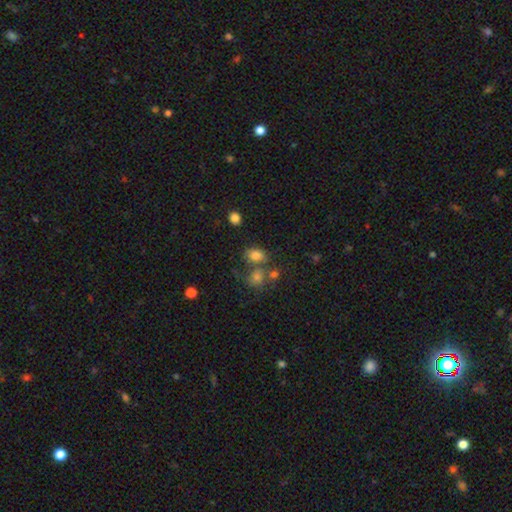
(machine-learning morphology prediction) A smooth galaxy with no disk features (79%) that is in between round and cigar-shaped (72%). Merging: none (50%).